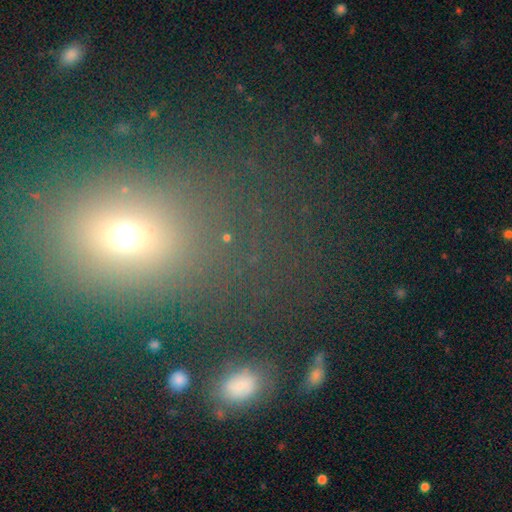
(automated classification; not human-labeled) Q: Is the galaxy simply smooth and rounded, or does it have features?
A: smooth — 56%.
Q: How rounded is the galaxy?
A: in between — 51%.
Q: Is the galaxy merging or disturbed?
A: none — 72%.